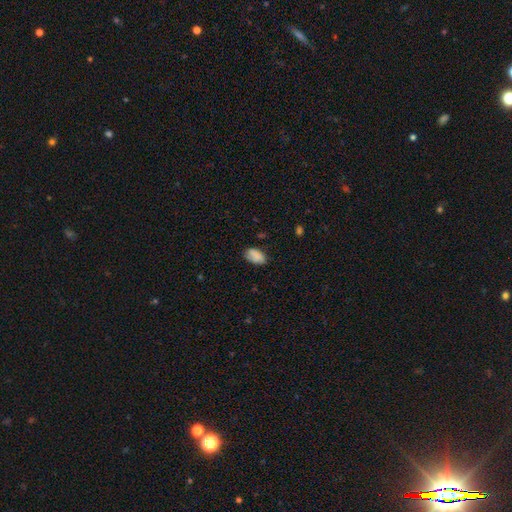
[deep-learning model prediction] Smooth or featured? smooth (86%)
How rounded? in between (92%)
Merging? none (73%)